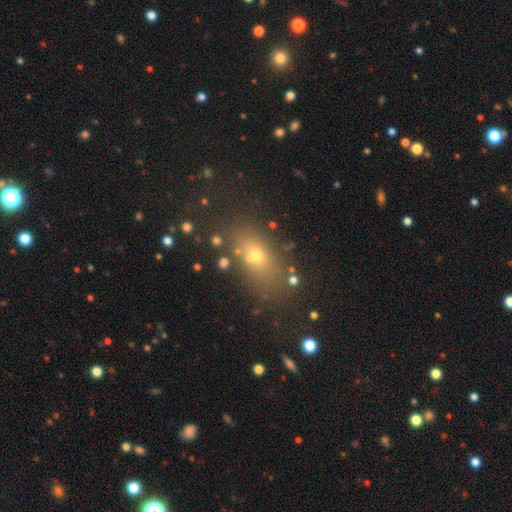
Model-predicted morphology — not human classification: This appears to be a smooth galaxy with no disk features (63%) that is in between round and cigar-shaped (72%). Merging: none (73%).